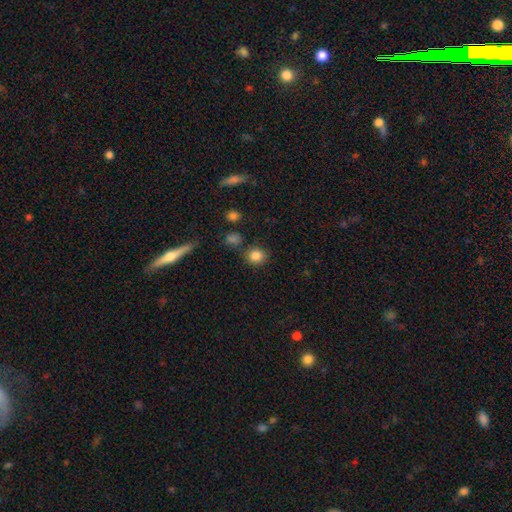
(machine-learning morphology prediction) This appears to be a smooth galaxy with no disk features (84%) that is round (79%). Merging: none (79%).